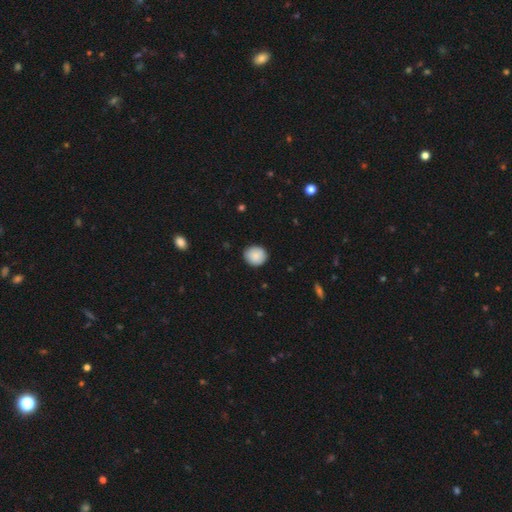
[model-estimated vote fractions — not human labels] Smooth or featured: smooth — 88% (star or artifact — 7%)
How rounded: round — 84% (in between — 15%)
Merging: none — 87% (minor disturbance — 10%)